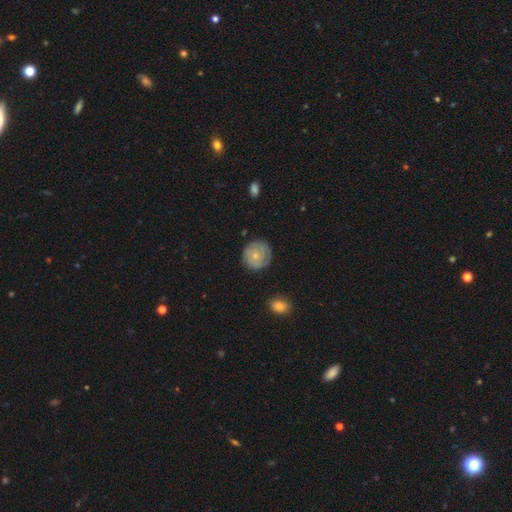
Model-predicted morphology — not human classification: smooth_or_featured: featured or disk (p=0.50) [alt: smooth p=0.43]
merging: none (p=0.78) [alt: minor disturbance p=0.16]